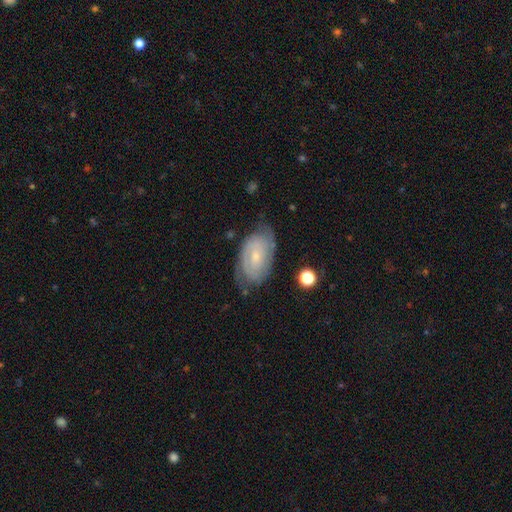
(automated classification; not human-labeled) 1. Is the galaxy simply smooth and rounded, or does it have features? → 75% featured or disk, 18% smooth, 7% star or artifact.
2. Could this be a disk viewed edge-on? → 95% no, 5% yes.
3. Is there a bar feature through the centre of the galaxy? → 60% no, 33% weak, 6% strong.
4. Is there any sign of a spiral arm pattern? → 91% yes, 9% no.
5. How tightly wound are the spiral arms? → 64% tight, 28% medium, 8% loose.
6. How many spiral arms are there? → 58% 2, 28% can't tell, 6% 3, 3% 1, 2% 4, 2% more than 4.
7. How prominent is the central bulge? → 69% small, 25% moderate, 3% none, 1% large, 1% dominant.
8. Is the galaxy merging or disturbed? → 69% none, 22% minor disturbance, 7% major disturbance, 2% merger.